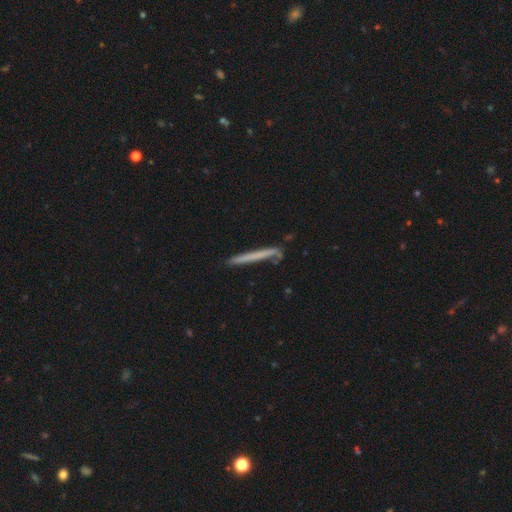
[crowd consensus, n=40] smooth_or_featured: smooth (p=0.62) [alt: featured or disk p=0.33]
how_rounded: cigar-shaped (p=1.00)
merging: none (p=0.89) [alt: minor disturbance p=0.11]